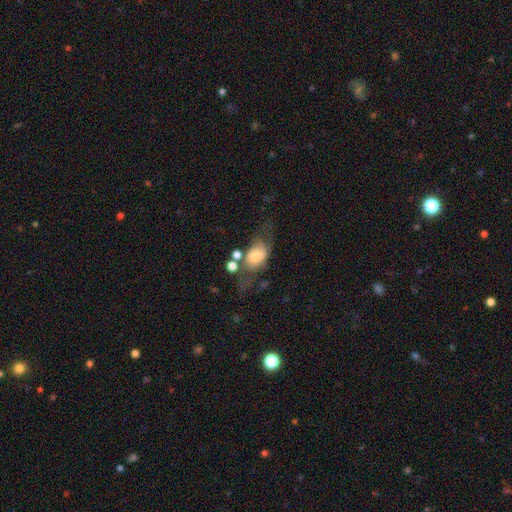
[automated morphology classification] smooth 61%, featured or disk 30%, star or artifact 9%. Down the decision tree: how rounded — in between (74%); merging — none (35%).